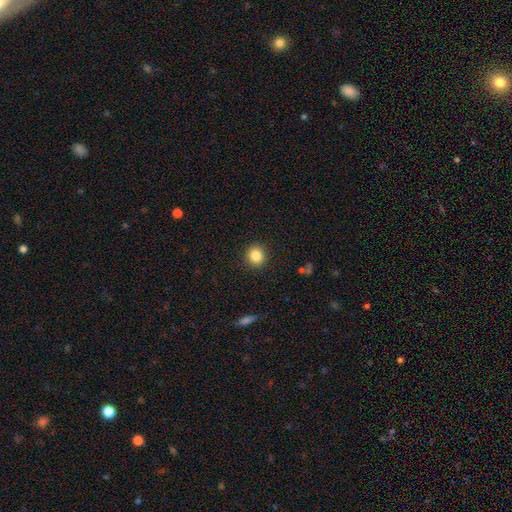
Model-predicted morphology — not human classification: Q: Smooth or featured?
A: smooth (84%); runner-up: star or artifact (10%)
Q: How rounded?
A: round (88%); runner-up: in between (11%)
Q: Merging?
A: none (91%); runner-up: minor disturbance (6%)